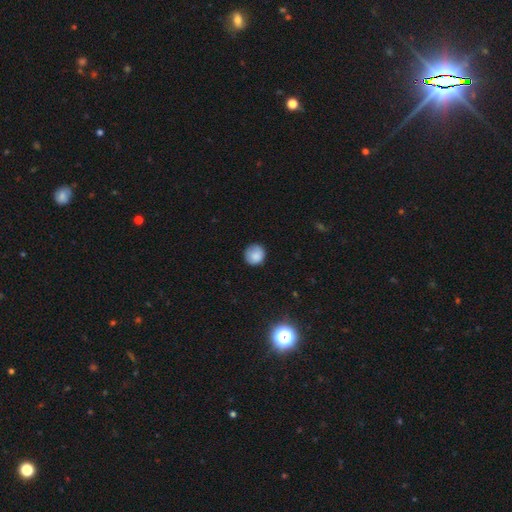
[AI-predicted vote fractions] This is clearly a smooth galaxy (86%). How rounded: clearly round (90%). Merging: clearly none (81%).